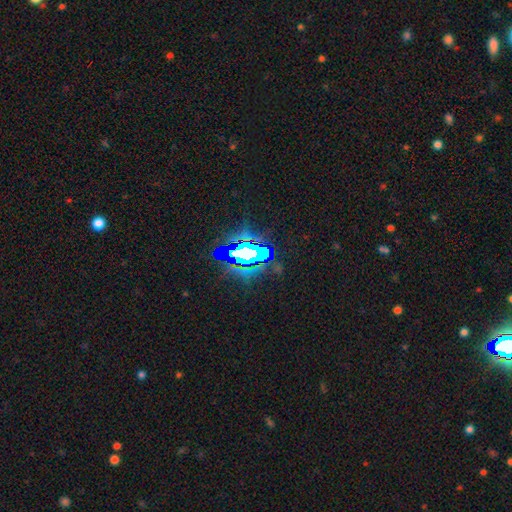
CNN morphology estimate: Smooth or featured? star or artifact (74%)